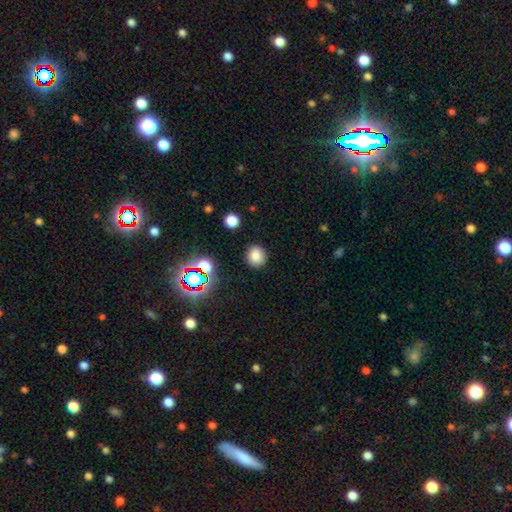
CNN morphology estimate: This is clearly a smooth galaxy (80%). How rounded: likely round (78%). Merging: clearly none (87%).